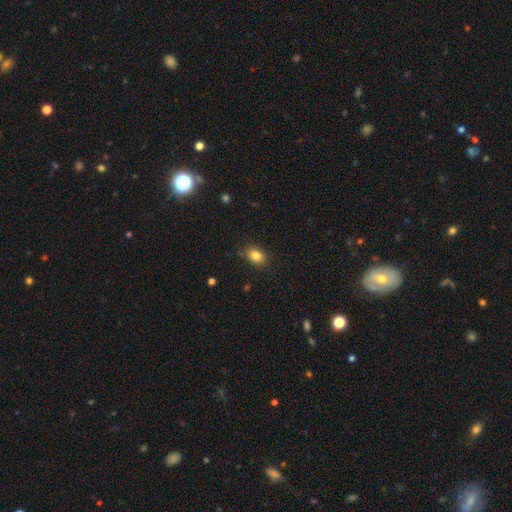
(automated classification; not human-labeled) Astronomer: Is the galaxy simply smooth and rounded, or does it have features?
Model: smooth — 83%.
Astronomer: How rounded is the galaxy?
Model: in between — 67%.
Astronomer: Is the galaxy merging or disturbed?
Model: none — 84%.